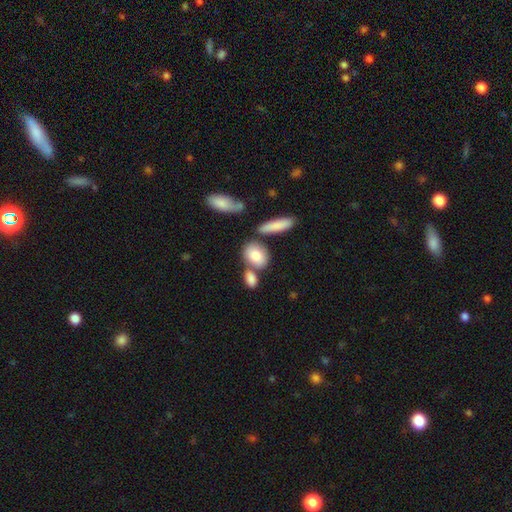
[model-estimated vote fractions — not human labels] Morphology: type=smooth (79%); roundness=in between (68%); merging=none (59%).